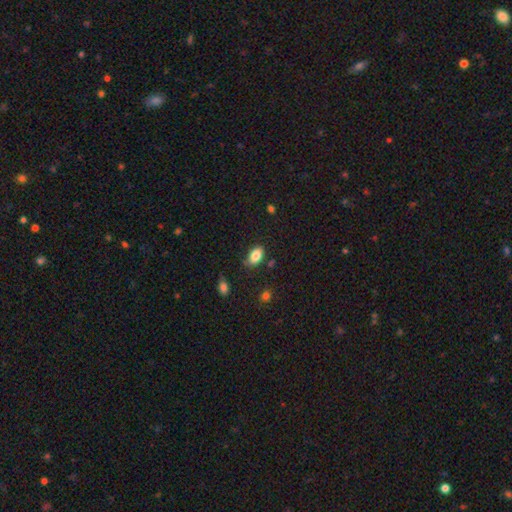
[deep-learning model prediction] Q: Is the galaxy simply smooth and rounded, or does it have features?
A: smooth — 85%.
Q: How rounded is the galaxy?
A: in between — 91%.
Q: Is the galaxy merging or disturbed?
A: none — 76%.